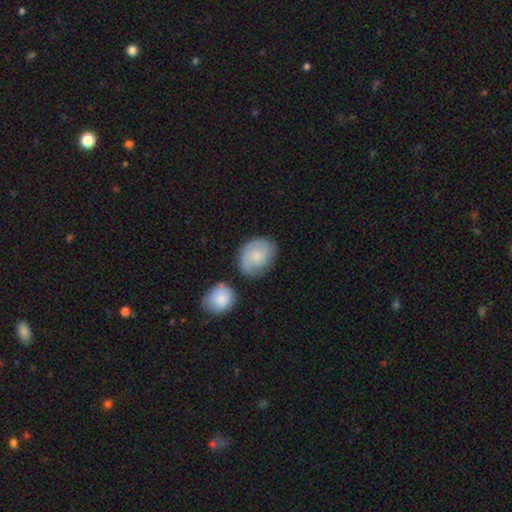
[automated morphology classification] Smooth or featured? Predicted: smooth (p=0.53). How rounded? Predicted: in between (p=0.52). Merging? Predicted: none (p=0.65).